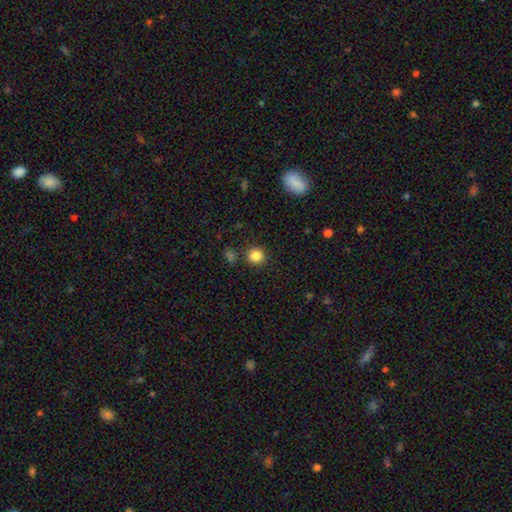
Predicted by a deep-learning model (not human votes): The model was most divided on "smooth or featured": smooth: 85%, star or artifact: 11%, featured or disk: 4%. More confident: how rounded — round (92%); merging — none (86%).